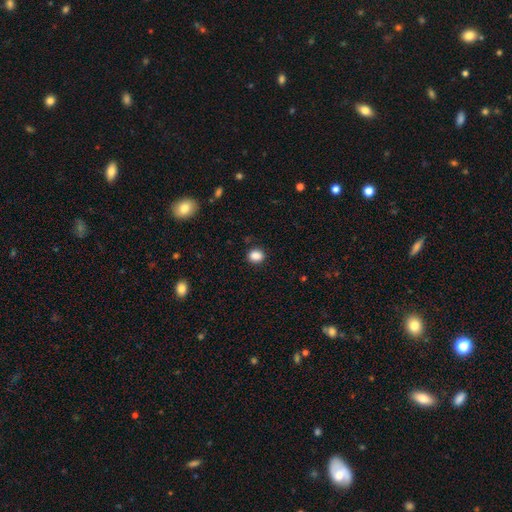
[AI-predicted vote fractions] Q: Smooth or featured?
A: smooth (87%); runner-up: star or artifact (10%)
Q: How rounded?
A: round (59%); runner-up: in between (40%)
Q: Merging?
A: none (87%); runner-up: minor disturbance (9%)